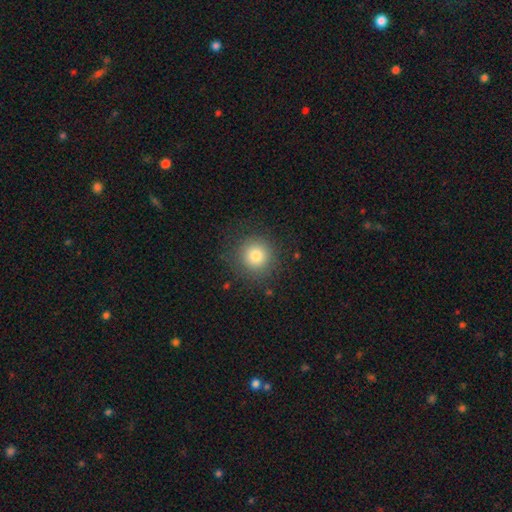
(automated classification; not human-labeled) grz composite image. It shows a smooth galaxy with no disk features (81%) that is round (93%). Merging: none (85%).